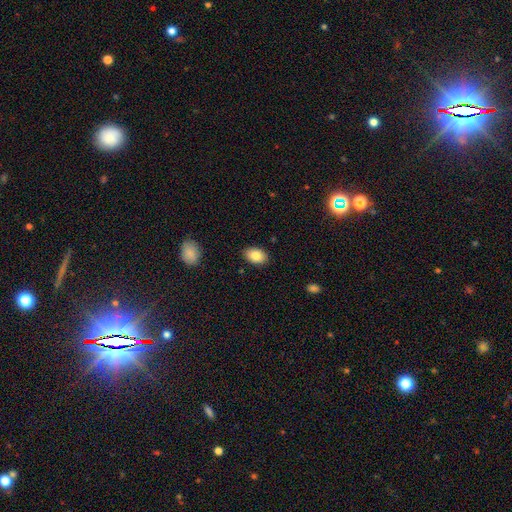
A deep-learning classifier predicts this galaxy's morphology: Smooth or featured: smooth — 84% (featured or disk — 8%)
How rounded: in between — 86% (round — 13%)
Merging: none — 87% (minor disturbance — 9%)